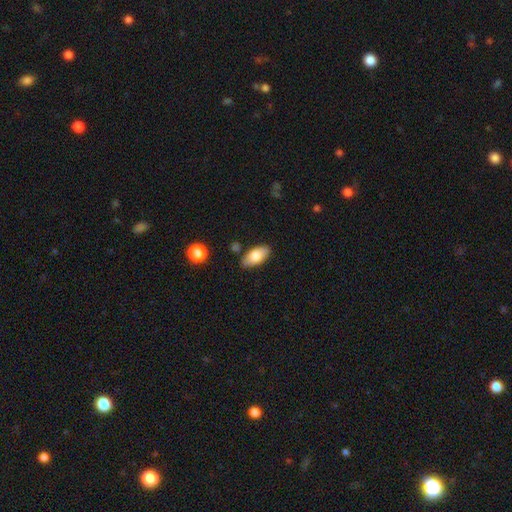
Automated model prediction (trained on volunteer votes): This is likely a smooth galaxy (77%). How rounded: clearly in between (91%). Merging: clearly none (83%).